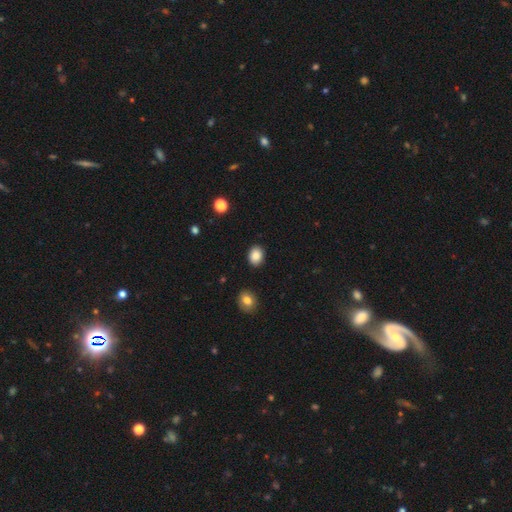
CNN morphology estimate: smooth-or-featured: smooth: 87% | star or artifact: 9% | featured or disk: 4%
  how-rounded: in between: 56% | round: 43% | cigar-shaped: 1%
  merging: none: 89% | minor disturbance: 7% | major disturbance: 2% | merger: 2%